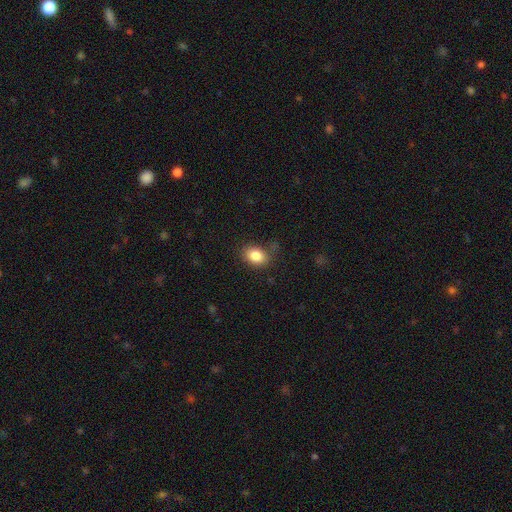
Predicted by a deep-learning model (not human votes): smooth 84%, star or artifact 9%, featured or disk 7%. Down the decision tree: how rounded — in between (74%); merging — none (76%).